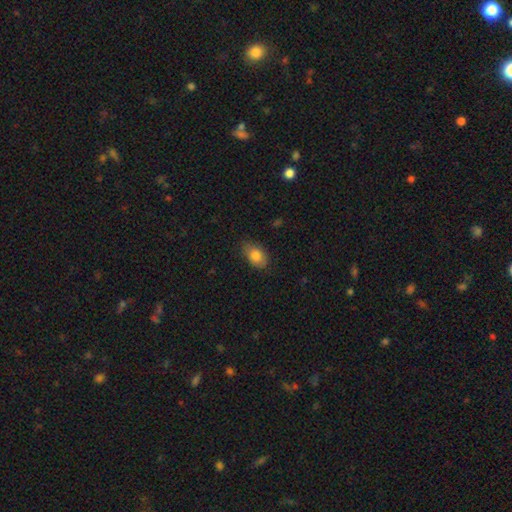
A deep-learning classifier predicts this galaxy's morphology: Smooth or featured? Predicted: smooth (p=0.83). How rounded? Predicted: in between (p=0.87). Merging? Predicted: none (p=0.78).